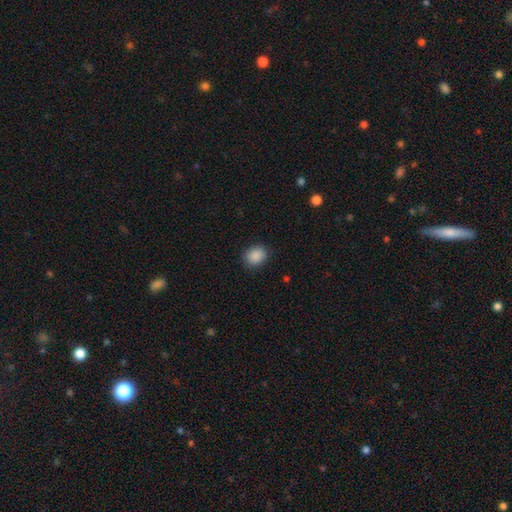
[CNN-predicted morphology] This appears to be a smooth galaxy with no disk features (89%) that is round (59%). Merging: none (87%).